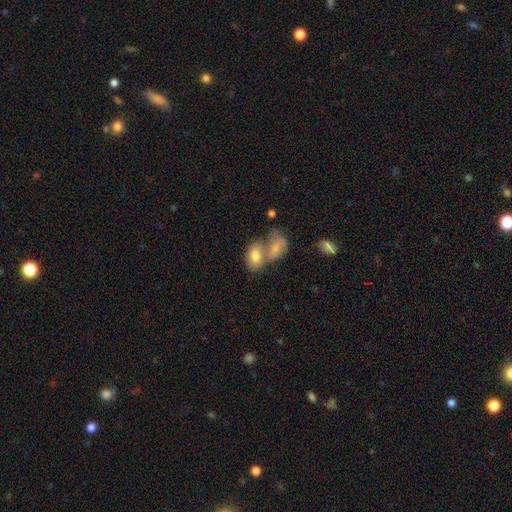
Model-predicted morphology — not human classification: Smooth or featured? smooth (76%)
How rounded? in between (83%)
Merging? merger (64%)